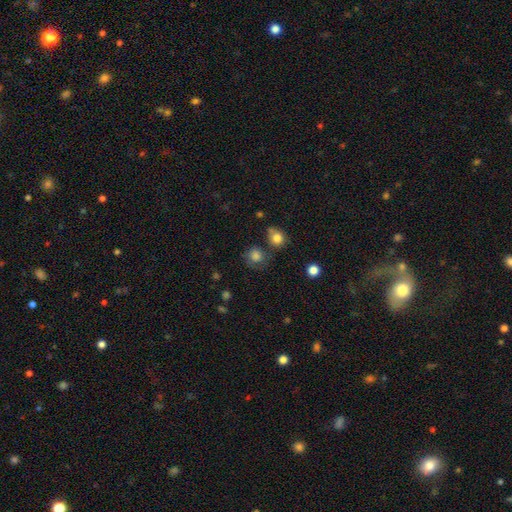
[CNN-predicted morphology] Overall: smooth (79%). How rounded: round (83%). Merging: none (63%).